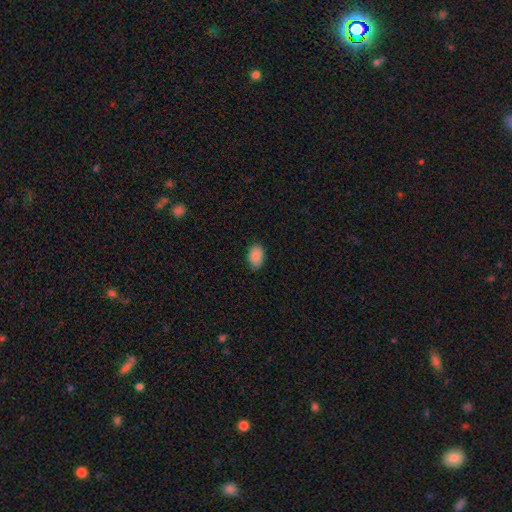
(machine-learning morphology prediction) Q: Smooth or featured?
A: smooth (87%); runner-up: star or artifact (7%)
Q: How rounded?
A: in between (88%); runner-up: round (11%)
Q: Merging?
A: none (80%); runner-up: minor disturbance (17%)